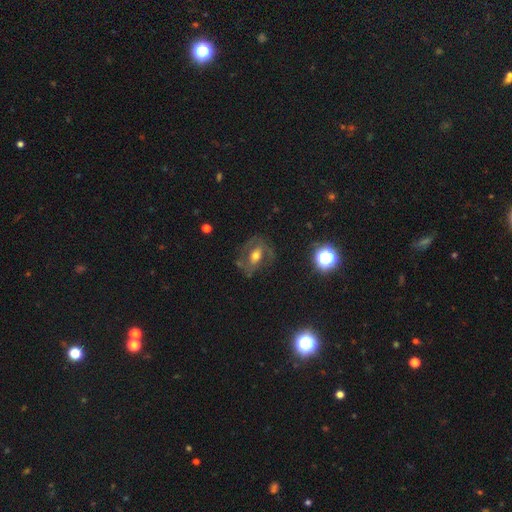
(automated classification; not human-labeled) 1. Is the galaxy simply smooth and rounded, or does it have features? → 60% featured or disk, 27% smooth, 13% star or artifact.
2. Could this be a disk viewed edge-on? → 93% no, 7% yes.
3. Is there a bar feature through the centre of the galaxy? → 47% no, 32% weak, 20% strong.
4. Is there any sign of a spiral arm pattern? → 60% yes, 40% no.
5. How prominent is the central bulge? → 66% moderate, 16% small, 14% large, 2% none, 2% dominant.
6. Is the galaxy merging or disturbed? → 64% none, 19% minor disturbance, 15% major disturbance, 2% merger.